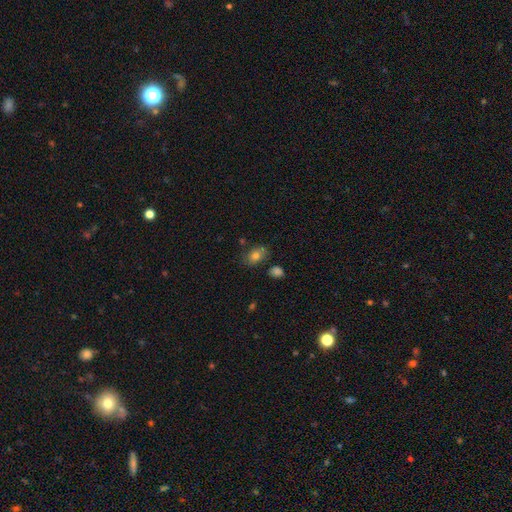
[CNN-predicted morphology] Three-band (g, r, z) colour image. It shows a smooth galaxy with no disk features (75%) that is in between round and cigar-shaped (76%). Merging: none (72%).